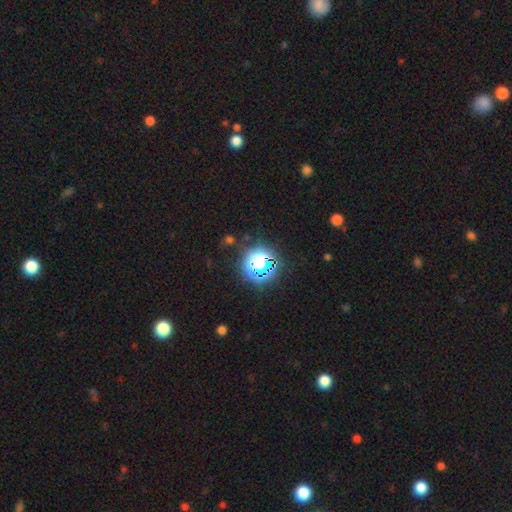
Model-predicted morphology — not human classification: star or artifact 68%, smooth 23%, featured or disk 9%.